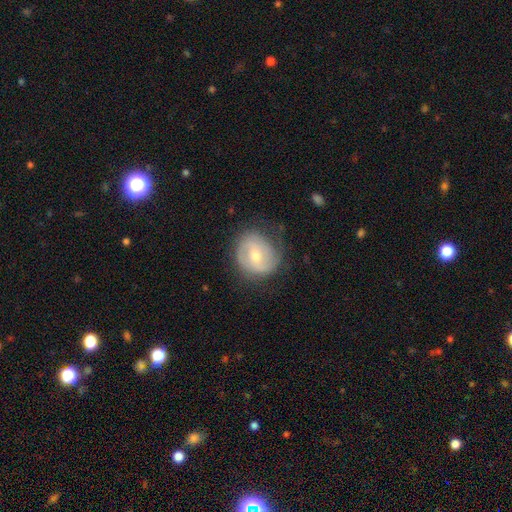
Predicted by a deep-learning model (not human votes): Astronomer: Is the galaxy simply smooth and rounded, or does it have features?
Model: featured or disk — 65%.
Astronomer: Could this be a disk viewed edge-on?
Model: no — 97%.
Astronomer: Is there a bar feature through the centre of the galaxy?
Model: weak — 48% (runner-up: no, 31%).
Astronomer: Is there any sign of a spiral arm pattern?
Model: yes — 75%.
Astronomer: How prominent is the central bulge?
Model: moderate — 61%.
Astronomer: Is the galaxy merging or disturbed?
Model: none — 70%.